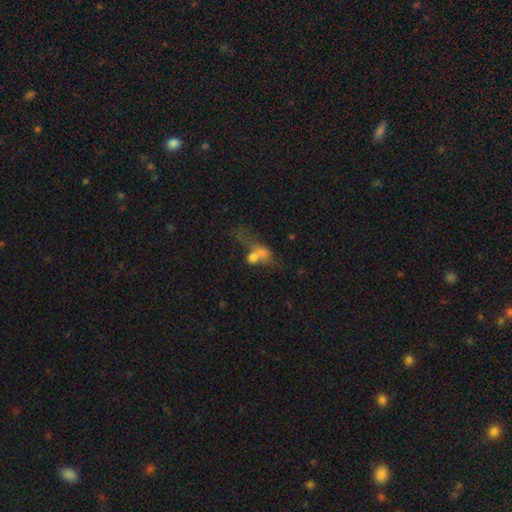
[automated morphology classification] Smooth or featured? Predicted: smooth (p=0.58). How rounded? Predicted: in between (p=0.58). Merging? Predicted: merger (p=0.65).